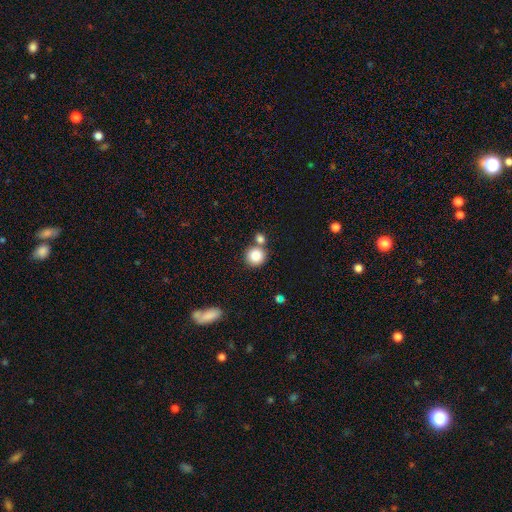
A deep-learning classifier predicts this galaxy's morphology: A smooth galaxy with no disk features (85%) that is round (91%).

Vote fractions:
- Smooth or featured? smooth: 85% / star or artifact: 9% / featured or disk: 6%
- How rounded? round: 91% / in between: 8% / cigar-shaped: 1%
- Merging? none: 66% / merger: 23% / minor disturbance: 9% / major disturbance: 3%